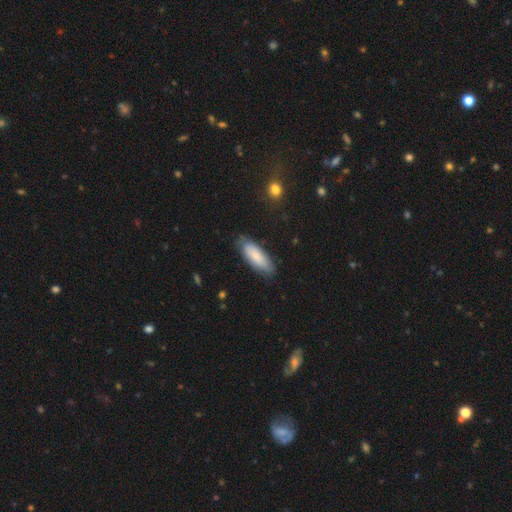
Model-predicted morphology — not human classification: smooth_or_featured: smooth (p=0.73) [alt: featured or disk p=0.21]
how_rounded: in between (p=0.70) [alt: cigar-shaped p=0.29]
merging: none (p=0.75) [alt: minor disturbance p=0.19]